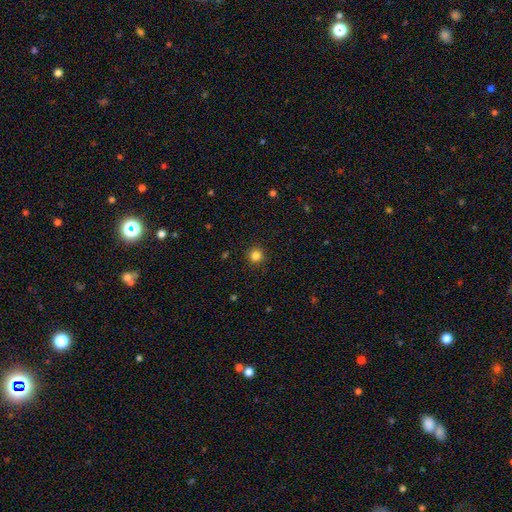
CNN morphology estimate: Smooth or featured? smooth (83%)
How rounded? round (95%)
Merging? none (92%)